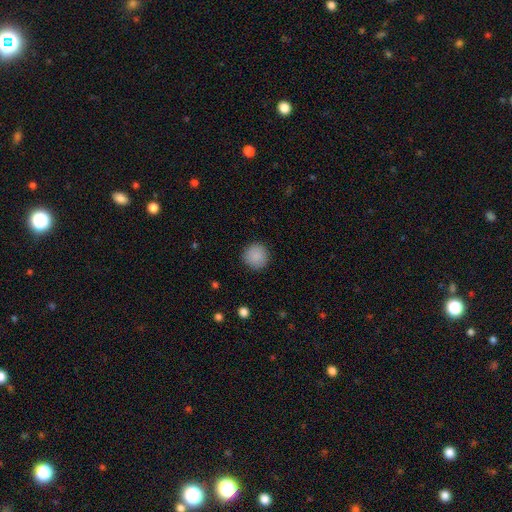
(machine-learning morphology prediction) This appears to be a smooth galaxy with no disk features (89%) that is round (94%). Merging: none (90%).